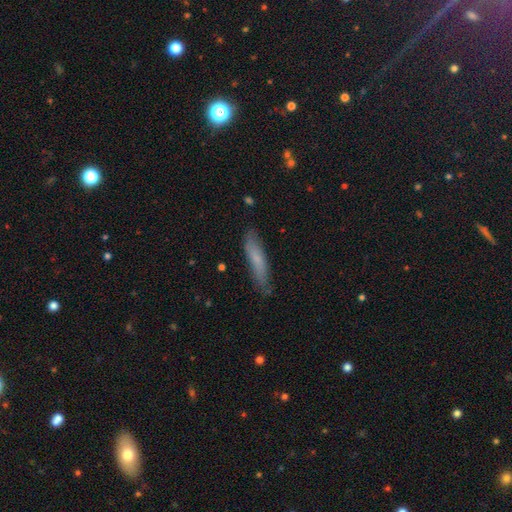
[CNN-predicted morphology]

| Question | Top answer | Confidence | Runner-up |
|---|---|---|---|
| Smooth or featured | smooth | 61% | featured or disk (28%) |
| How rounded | cigar-shaped | 85% | in between (13%) |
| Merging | none | 83% | minor disturbance (13%) |